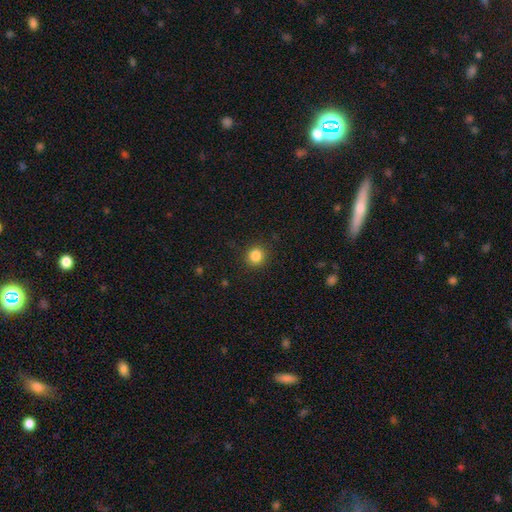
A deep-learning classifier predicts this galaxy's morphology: Overall: smooth (85%). How rounded: round (90%). Merging: none (90%).